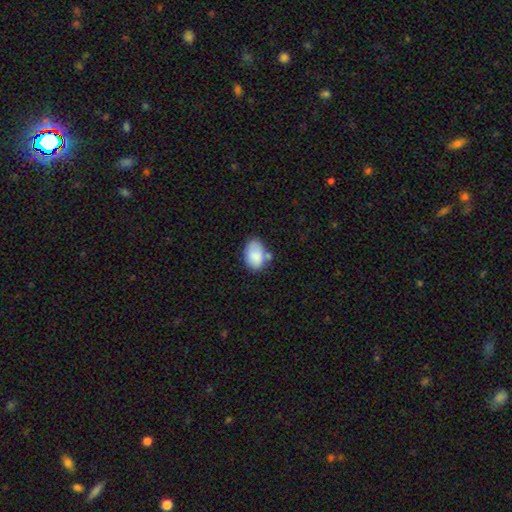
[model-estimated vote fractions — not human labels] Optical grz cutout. It shows a smooth galaxy with no disk features (82%) that is in between round and cigar-shaped (87%). Merging: none (50%).